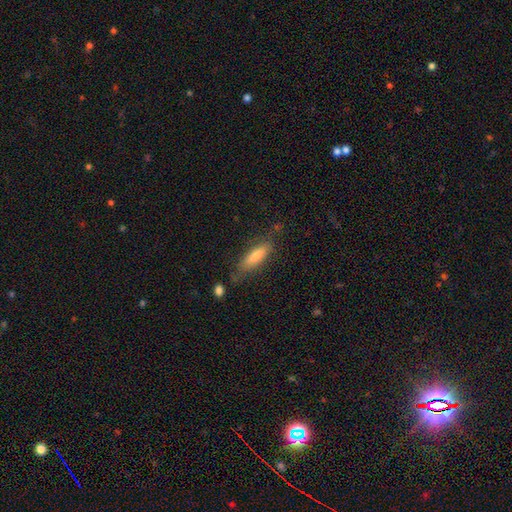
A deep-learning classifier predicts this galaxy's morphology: Smooth or featured?
  - smooth: 72% *
  - featured or disk: 21%
  - star or artifact: 7%
How rounded?
  - cigar-shaped: 62% *
  - in between: 36%
  - round: 2%
Merging?
  - none: 73% *
  - minor disturbance: 19%
  - major disturbance: 6%
  - merger: 3%